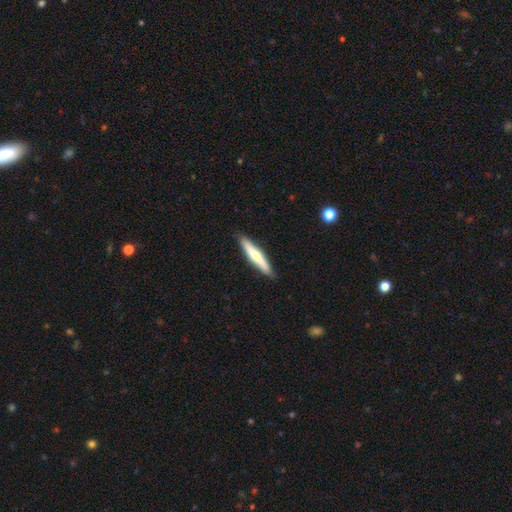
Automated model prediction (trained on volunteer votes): Q: Smooth or featured?
A: smooth (58%); runner-up: featured or disk (37%)
Q: How rounded?
A: cigar-shaped (92%); runner-up: in between (7%)
Q: Merging?
A: none (89%); runner-up: minor disturbance (8%)